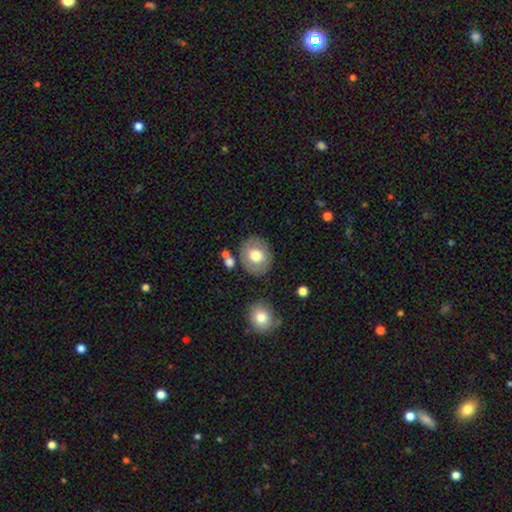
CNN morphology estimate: Q: Smooth or featured?
A: smooth (69%); runner-up: featured or disk (23%)
Q: How rounded?
A: round (69%); runner-up: in between (30%)
Q: Merging?
A: none (80%); runner-up: minor disturbance (11%)